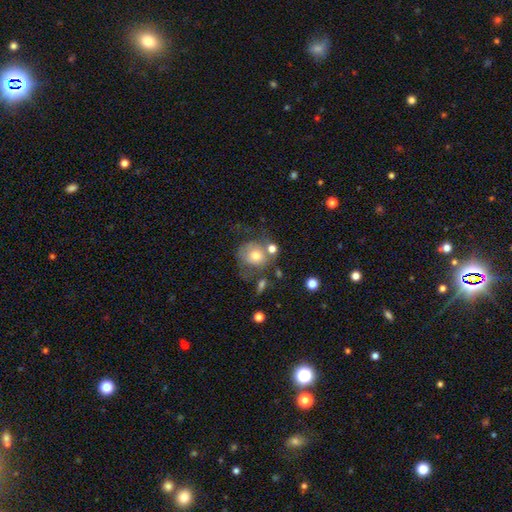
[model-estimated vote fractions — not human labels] Smooth or featured?
  - smooth: 59% *
  - featured or disk: 31%
  - star or artifact: 10%
How rounded?
  - round: 76% *
  - in between: 23%
  - cigar-shaped: 1%
Merging?
  - none: 42% *
  - minor disturbance: 21%
  - major disturbance: 19%
  - merger: 18%